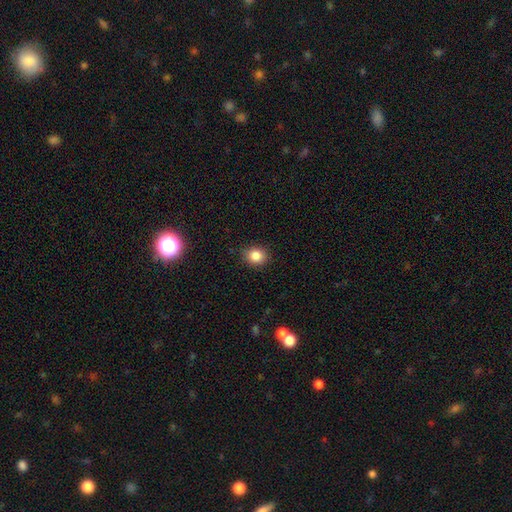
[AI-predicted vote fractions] smooth-or-featured: smooth: 85% | star or artifact: 10% | featured or disk: 5%
  how-rounded: round: 65% | in between: 34% | cigar-shaped: 1%
  merging: none: 86% | minor disturbance: 10% | major disturbance: 2% | merger: 1%